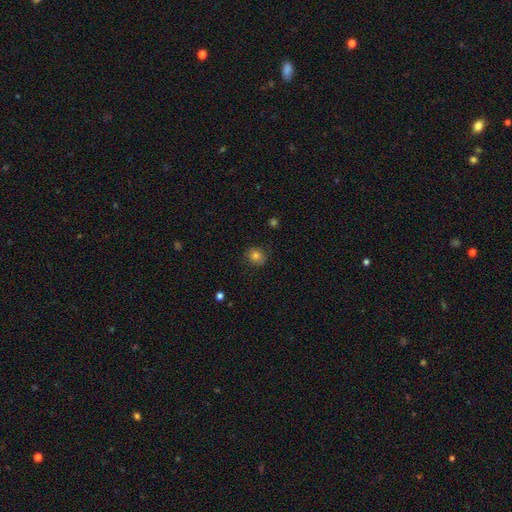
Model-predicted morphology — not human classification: A smooth galaxy with no disk features (79%) that is round (75%). Merging: none (81%).